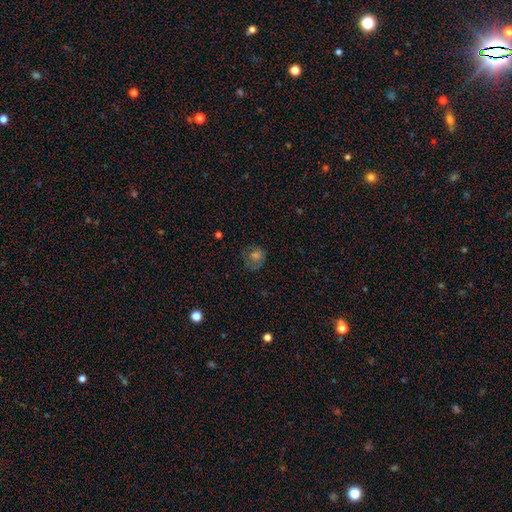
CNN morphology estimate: Smooth or featured?
  - smooth: 52% *
  - featured or disk: 29%
  - star or artifact: 19%
How rounded?
  - round: 80% *
  - in between: 19%
  - cigar-shaped: 1%
Merging?
  - none: 67% *
  - minor disturbance: 19%
  - major disturbance: 12%
  - merger: 2%